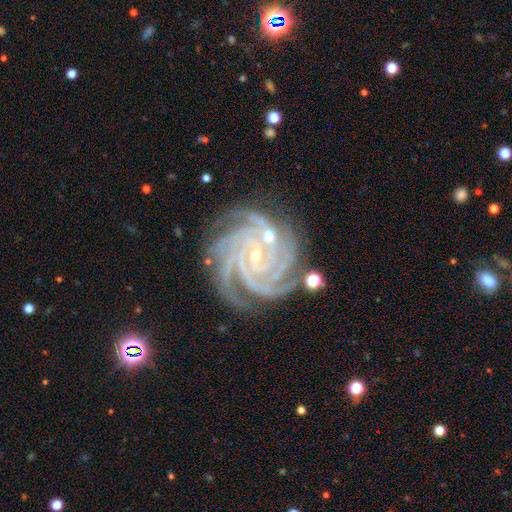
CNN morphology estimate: Smooth or featured? featured or disk (91%)
Edge-on disk? no (98%)
Bar? no (51%)
Spiral arms? yes (99%)
Spiral winding? tight (82%)
Spiral arm count? 4 (42%)
Bulge size? small (82%)
Merging? none (77%)